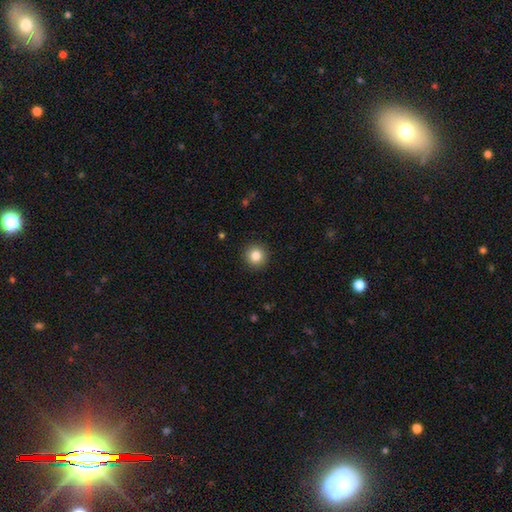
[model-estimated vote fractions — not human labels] A smooth galaxy with no disk features (84%) that is round (95%).

Vote fractions:
- Smooth or featured? smooth: 84% / star or artifact: 10% / featured or disk: 6%
- How rounded? round: 95% / in between: 4% / cigar-shaped: 1%
- Merging? none: 92% / minor disturbance: 5% / major disturbance: 2% / merger: 1%